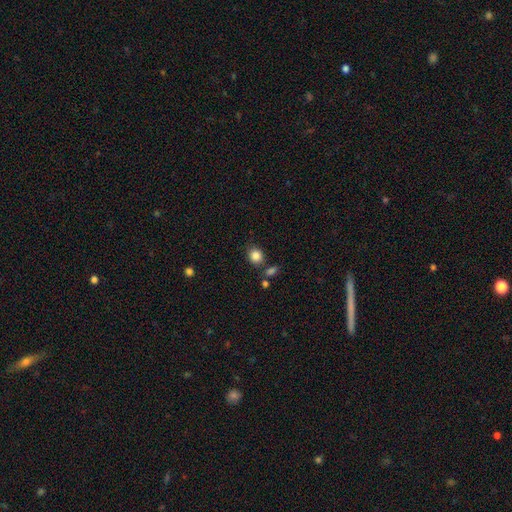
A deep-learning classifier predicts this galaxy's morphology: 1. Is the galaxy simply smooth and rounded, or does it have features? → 85% smooth, 10% star or artifact, 5% featured or disk.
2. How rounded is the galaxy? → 74% round, 25% in between, 1% cigar-shaped.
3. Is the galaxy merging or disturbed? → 76% none, 12% minor disturbance, 8% merger, 4% major disturbance.